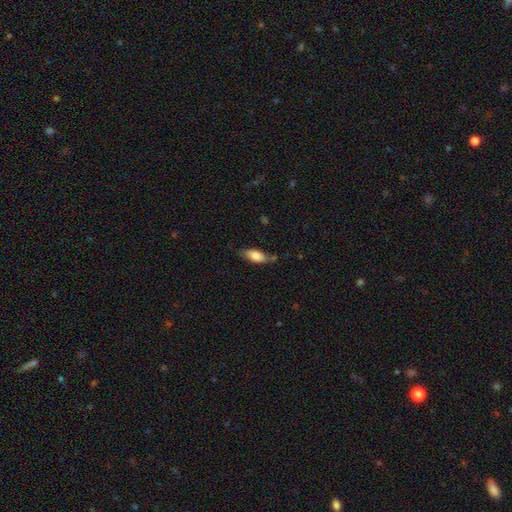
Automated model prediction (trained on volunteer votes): The model was most divided on "merging": none: 69%, minor disturbance: 23%, major disturbance: 5%, merger: 4%. More confident: how rounded — in between (79%); smooth or featured — smooth (77%).